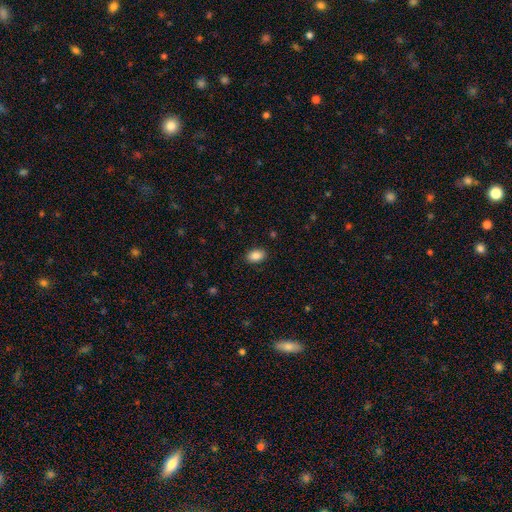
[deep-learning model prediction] Morphology: type=smooth (87%); roundness=in between (89%); merging=none (88%).